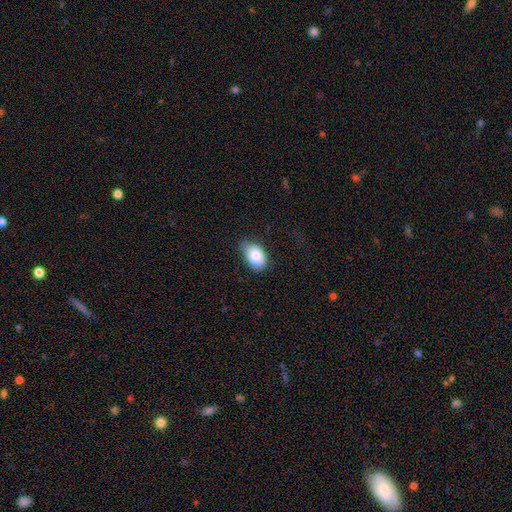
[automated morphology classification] type=smooth (85%); roundness=in between (88%); merging=none (55%).